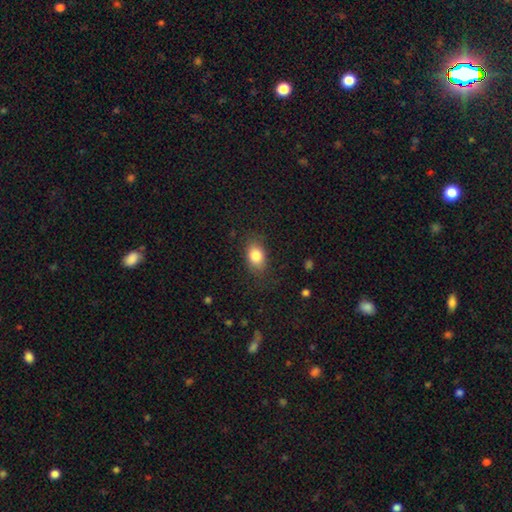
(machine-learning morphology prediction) smooth_or_featured: smooth (p=0.84) [alt: star or artifact p=0.08]
how_rounded: in between (p=0.79) [alt: round p=0.19]
merging: none (p=0.80) [alt: minor disturbance p=0.14]